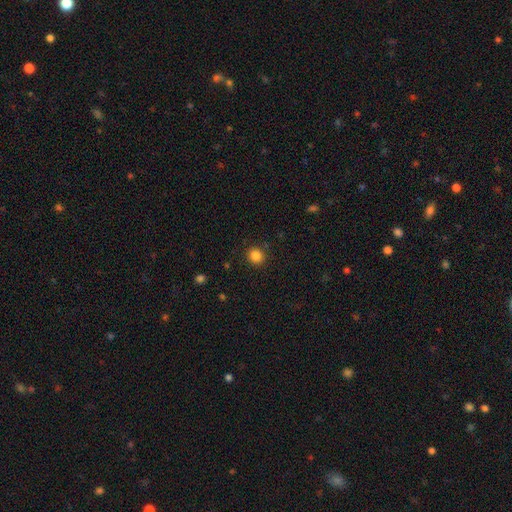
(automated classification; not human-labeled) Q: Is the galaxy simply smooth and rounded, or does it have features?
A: smooth — 85%.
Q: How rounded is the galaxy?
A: round — 89%.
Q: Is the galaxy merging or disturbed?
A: none — 90%.